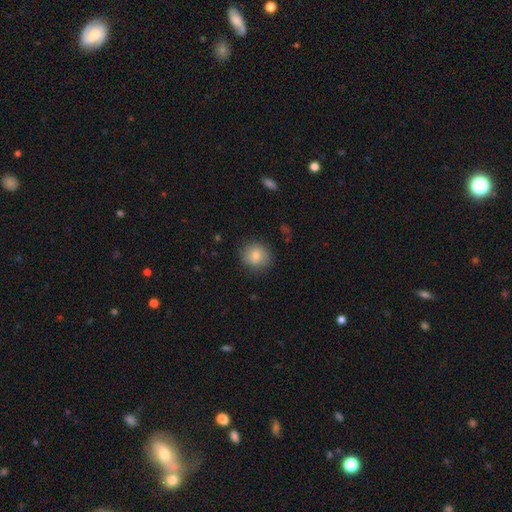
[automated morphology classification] A smooth galaxy with no disk features (77%) that is round (84%). Merging: none (82%).